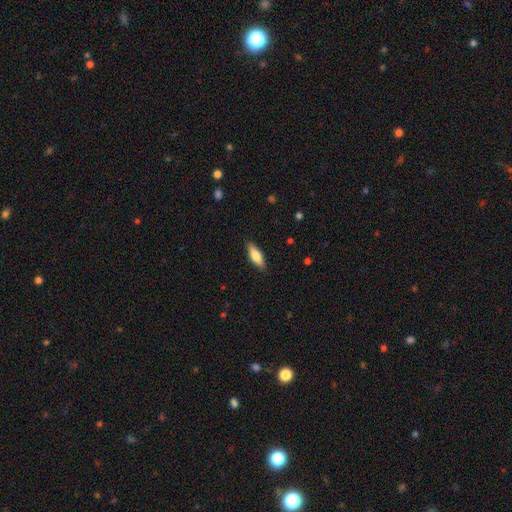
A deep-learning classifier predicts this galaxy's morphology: Smooth or featured? smooth (76%)
How rounded? in between (59%)
Merging? none (87%)